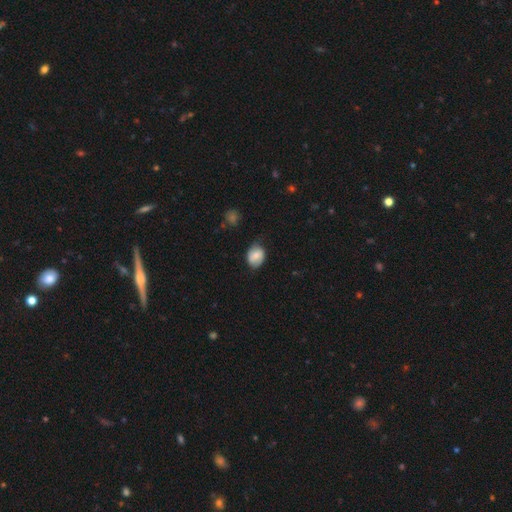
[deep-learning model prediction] A smooth galaxy with no disk features (69%) that is in between round and cigar-shaped (56%).

Vote fractions:
- Smooth or featured? smooth: 69% / featured or disk: 23% / star or artifact: 8%
- How rounded? in between: 56% / round: 43% / cigar-shaped: 1%
- Merging? none: 63% / minor disturbance: 29% / major disturbance: 7% / merger: 2%